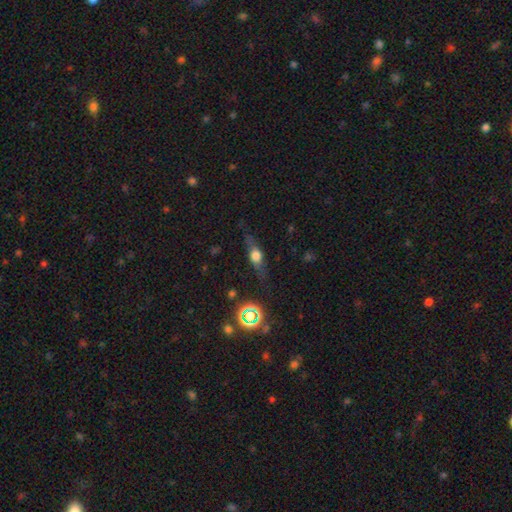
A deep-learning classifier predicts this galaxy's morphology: The model was most divided on "smooth or featured": smooth: 44%, featured or disk: 43%, star or artifact: 13%. More confident: merging — none (75%).